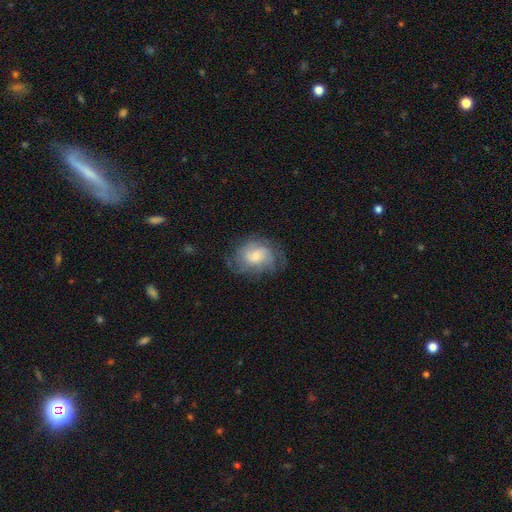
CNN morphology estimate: A featured or disk galaxy (56%) with no bar (62%), spiral arms (81%) and a small central bulge (43%).

Vote fractions:
- Smooth or featured? featured or disk: 56% / smooth: 36% / star or artifact: 8%
- Edge-on disk? no: 97% / yes: 3%
- Bar? no: 62% / weak: 33% / strong: 5%
- Spiral arms? yes: 81% / no: 19%
- Bulge size? small: 43% / moderate: 41% / large: 10% / none: 5% / dominant: 2%
- Merging? none: 61% / minor disturbance: 23% / major disturbance: 15% / merger: 1%